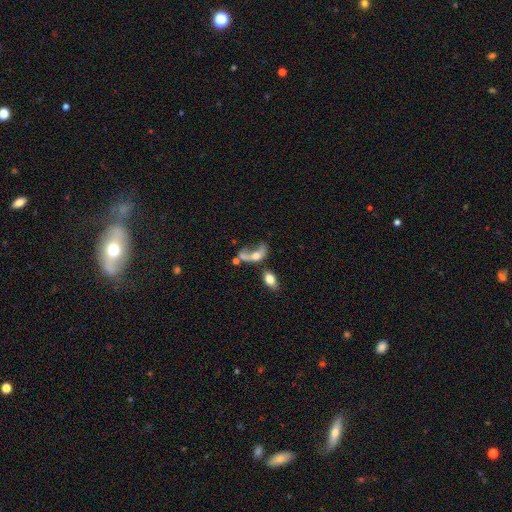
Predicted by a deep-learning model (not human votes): A smooth galaxy with no disk features (49%). Merging: merger (45%).